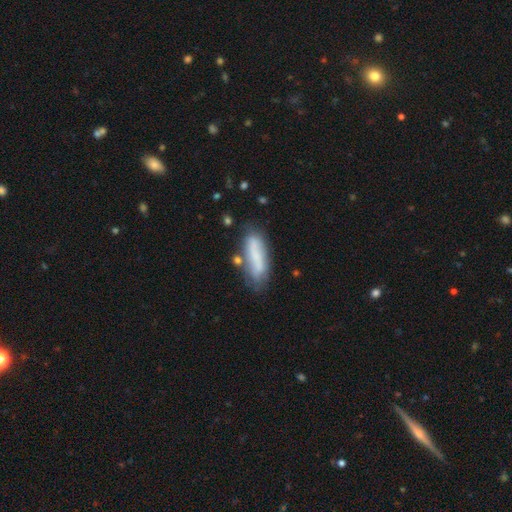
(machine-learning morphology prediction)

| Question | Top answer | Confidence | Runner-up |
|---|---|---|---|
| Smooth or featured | smooth | 64% | featured or disk (28%) |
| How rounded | in between | 54% | cigar-shaped (43%) |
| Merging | none | 54% | minor disturbance (26%) |